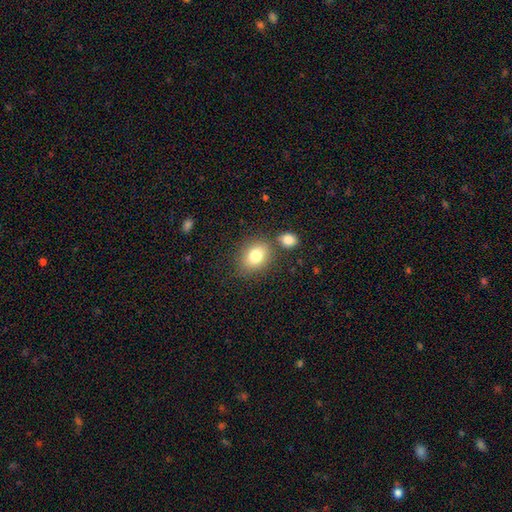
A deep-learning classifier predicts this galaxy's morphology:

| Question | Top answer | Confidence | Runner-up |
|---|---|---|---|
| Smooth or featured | smooth | 81% | featured or disk (10%) |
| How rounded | in between | 62% | round (37%) |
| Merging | none | 68% | merger (15%) |